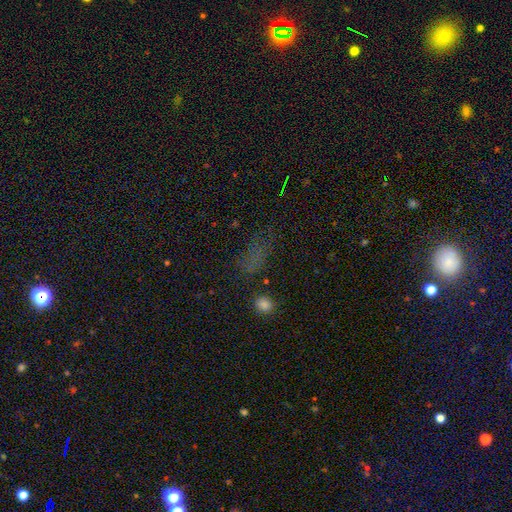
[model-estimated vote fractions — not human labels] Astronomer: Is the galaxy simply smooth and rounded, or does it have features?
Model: smooth — 52% (runner-up: star or artifact, 35%).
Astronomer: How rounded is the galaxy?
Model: in between — 71%.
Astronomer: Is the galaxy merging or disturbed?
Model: none — 57%.